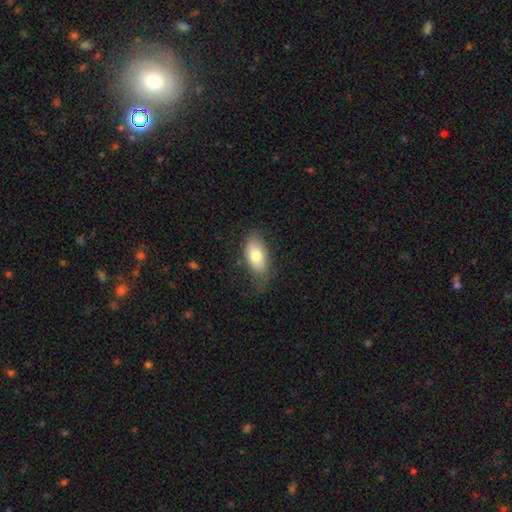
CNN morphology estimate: smooth-or-featured: smooth: 77% | featured or disk: 16% | star or artifact: 7%
  how-rounded: in between: 92% | cigar-shaped: 4% | round: 4%
  merging: none: 62% | minor disturbance: 27% | major disturbance: 10% | merger: 2%